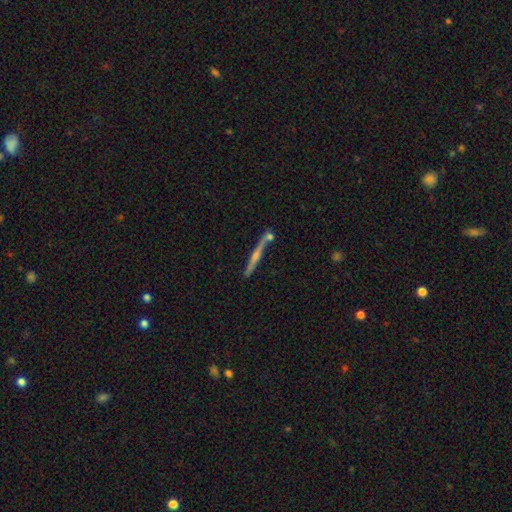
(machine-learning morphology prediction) type=featured or disk (65%); edge-on=yes (93%); edge-on bulge=rounded (67%); merging=none (74%).